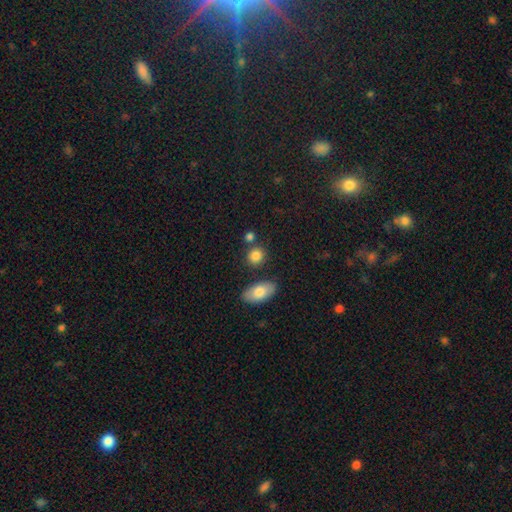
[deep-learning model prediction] Overall: smooth (85%). How rounded: round (77%). Merging: none (76%).